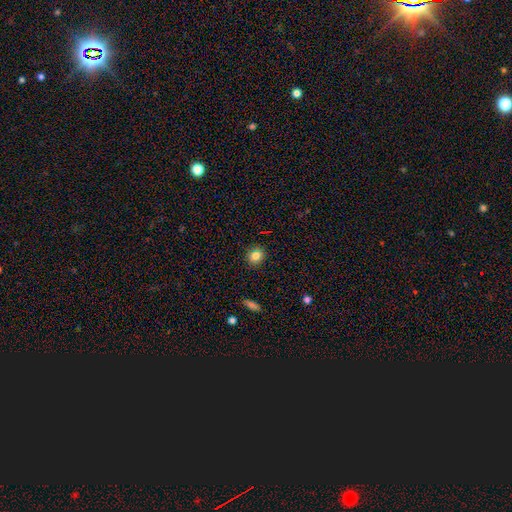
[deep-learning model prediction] Smooth or featured? smooth (82%)
How rounded? round (81%)
Merging? none (90%)